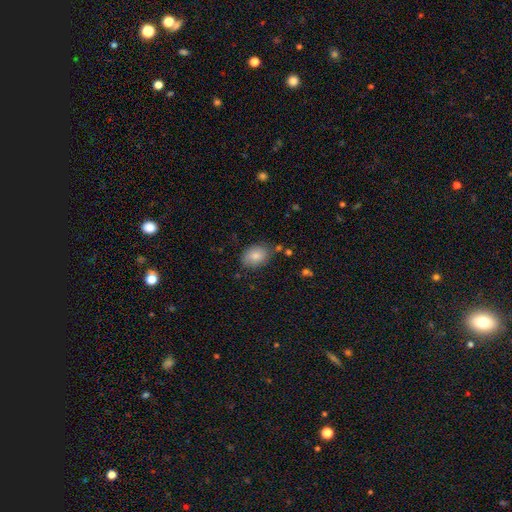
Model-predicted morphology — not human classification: type=smooth (82%); roundness=in between (73%); merging=none (73%).